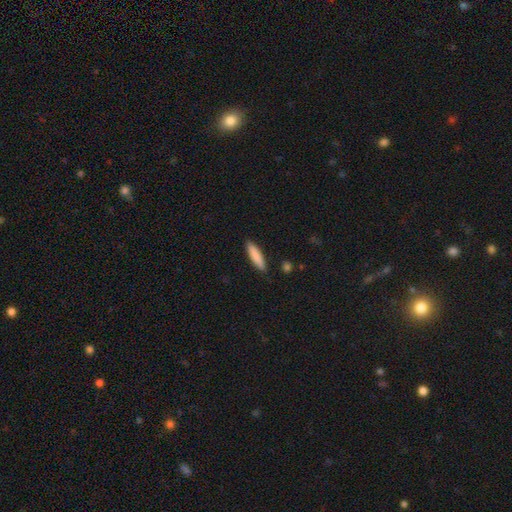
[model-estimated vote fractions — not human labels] Overall: smooth (84%). How rounded: cigar-shaped (81%). Merging: none (88%).